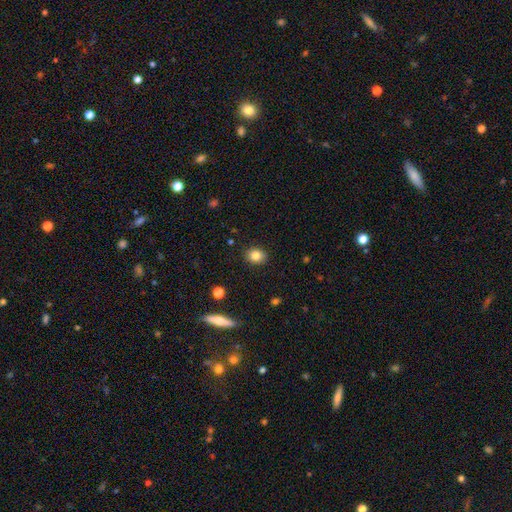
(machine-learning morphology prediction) smooth_or_featured: smooth (p=0.83) [alt: star or artifact p=0.10]
how_rounded: round (p=0.60) [alt: in between p=0.39]
merging: none (p=0.89) [alt: minor disturbance p=0.07]